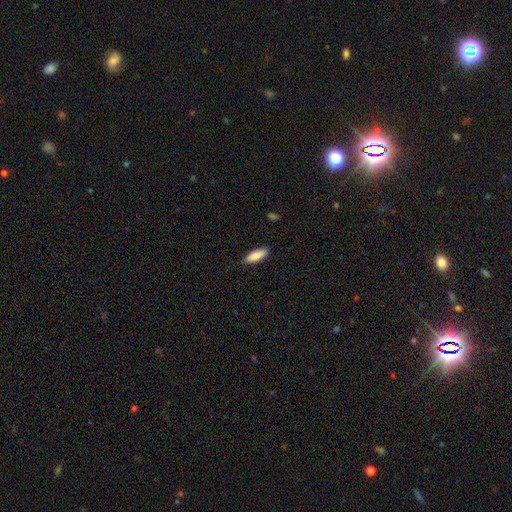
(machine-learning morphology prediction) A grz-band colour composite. It shows a smooth galaxy with no disk features (86%) that is in between round and cigar-shaped (56%). Merging: none (86%).